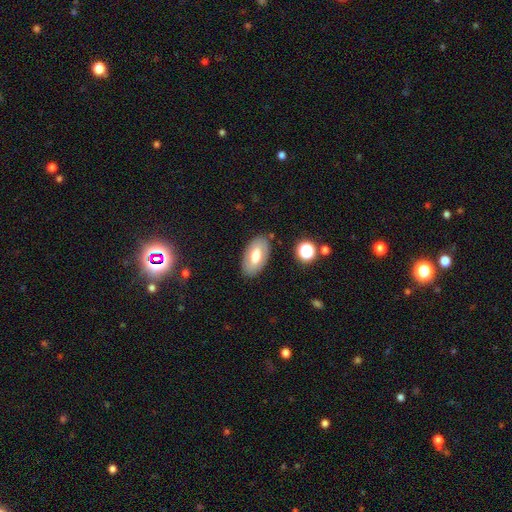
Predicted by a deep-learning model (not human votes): A smooth galaxy with no disk features (62%) that is in between round and cigar-shaped (94%). Merging: none (84%).